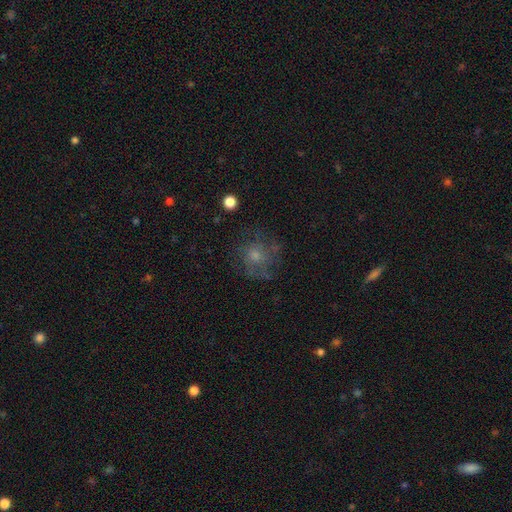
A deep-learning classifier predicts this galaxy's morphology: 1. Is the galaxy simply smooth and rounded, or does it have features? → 45% smooth, 39% featured or disk, 15% star or artifact.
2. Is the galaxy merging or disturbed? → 64% none, 19% minor disturbance, 16% major disturbance, 2% merger.